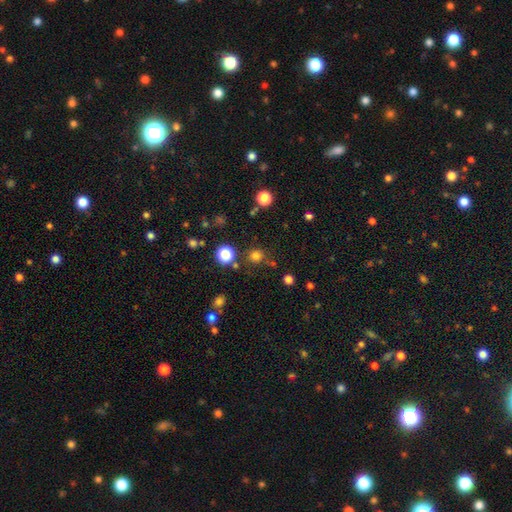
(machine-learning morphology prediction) This is likely a smooth galaxy (76%). How rounded: clearly round (90%). Merging: likely none (80%).